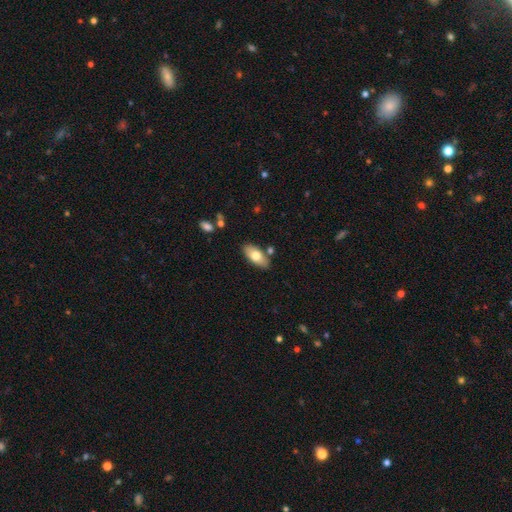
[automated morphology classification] Smooth or featured?
  - smooth: 73% *
  - featured or disk: 21%
  - star or artifact: 6%
How rounded?
  - in between: 89% *
  - cigar-shaped: 9%
  - round: 2%
Merging?
  - none: 82% *
  - minor disturbance: 11%
  - merger: 5%
  - major disturbance: 2%